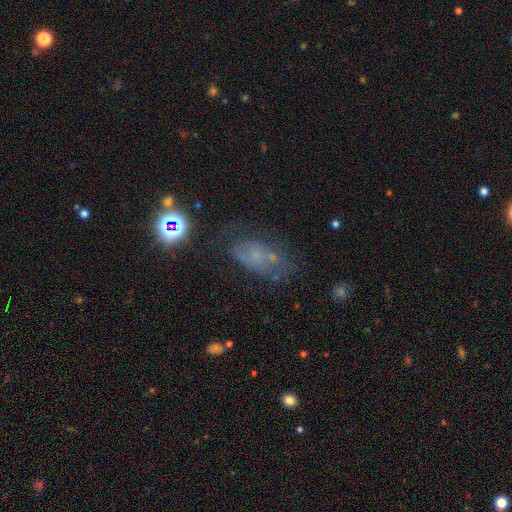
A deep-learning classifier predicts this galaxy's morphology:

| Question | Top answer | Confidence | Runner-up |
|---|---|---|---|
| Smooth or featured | smooth | 43% | featured or disk (33%) |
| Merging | none | 48% | minor disturbance (25%) |